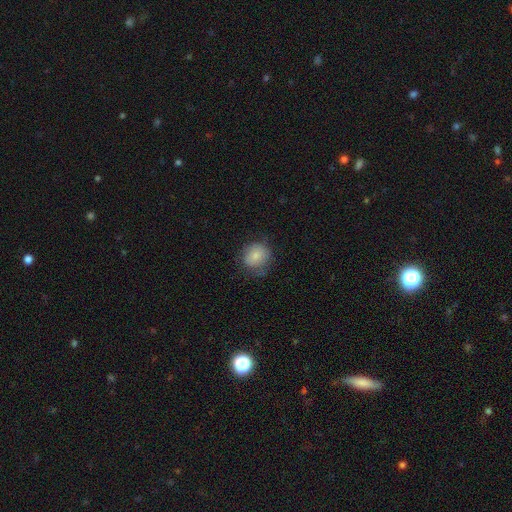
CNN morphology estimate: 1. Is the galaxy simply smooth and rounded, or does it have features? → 78% smooth, 13% featured or disk, 9% star or artifact.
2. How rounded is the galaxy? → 80% round, 20% in between, 1% cigar-shaped.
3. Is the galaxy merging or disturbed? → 65% none, 25% minor disturbance, 10% major disturbance, 1% merger.